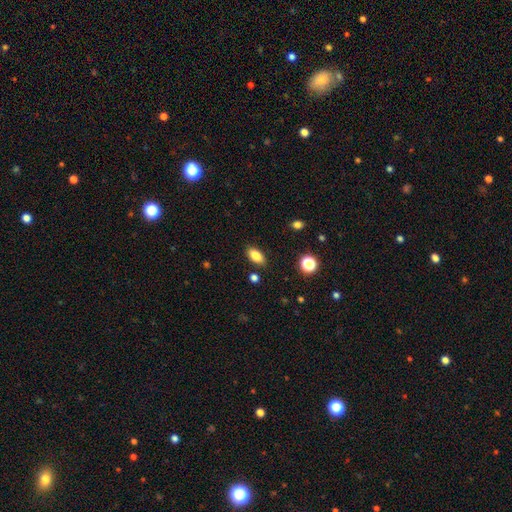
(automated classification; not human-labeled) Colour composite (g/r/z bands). It shows a smooth galaxy with no disk features (82%) that is in between round and cigar-shaped (90%). Merging: none (86%).